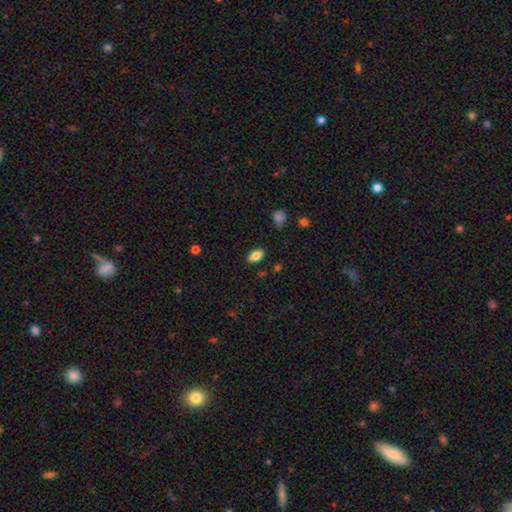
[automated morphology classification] This is clearly a smooth galaxy (83%). How rounded: clearly in between (91%). Merging: clearly none (86%).